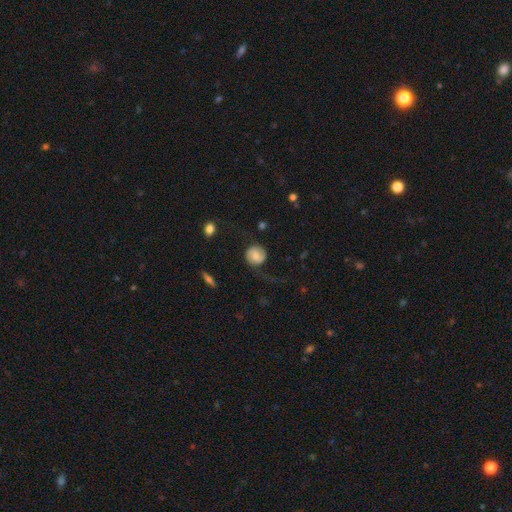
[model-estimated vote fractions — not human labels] Smooth or featured? featured or disk (52%)
Edge-on disk? no (97%)
Bar? no (47%)
Spiral arms? yes (88%)
Bulge size? moderate (44%)
Merging? none (59%)